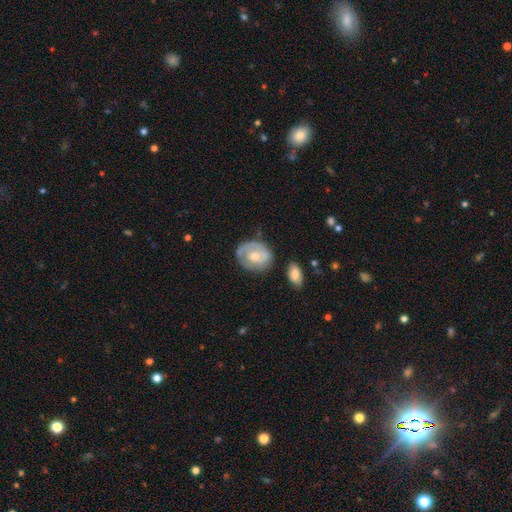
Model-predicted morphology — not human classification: Q: Smooth or featured?
A: featured or disk (56%); runner-up: smooth (39%)
Q: Edge-on disk?
A: no (96%); runner-up: yes (4%)
Q: Bar?
A: no (71%); runner-up: weak (25%)
Q: Spiral arms?
A: yes (61%); runner-up: no (39%)
Q: Bulge size?
A: moderate (64%); runner-up: small (29%)
Q: Merging?
A: none (60%); runner-up: minor disturbance (25%)